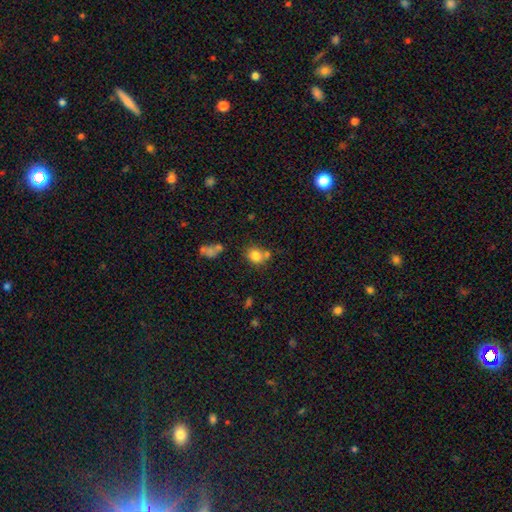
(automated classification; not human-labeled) A smooth galaxy with no disk features (80%) that is round (68%).

Vote fractions:
- Smooth or featured? smooth: 80% / star or artifact: 11% / featured or disk: 8%
- How rounded? round: 68% / in between: 31% / cigar-shaped: 1%
- Merging? none: 59% / merger: 23% / minor disturbance: 13% / major disturbance: 5%